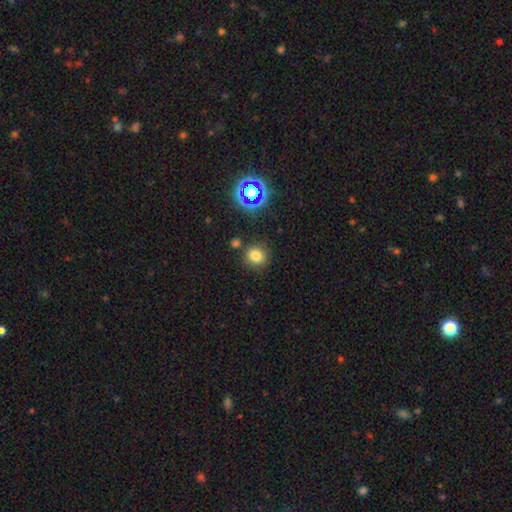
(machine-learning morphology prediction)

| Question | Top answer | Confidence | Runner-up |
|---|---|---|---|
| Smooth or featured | smooth | 75% | star or artifact (19%) |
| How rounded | round | 86% | in between (13%) |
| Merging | none | 82% | minor disturbance (9%) |